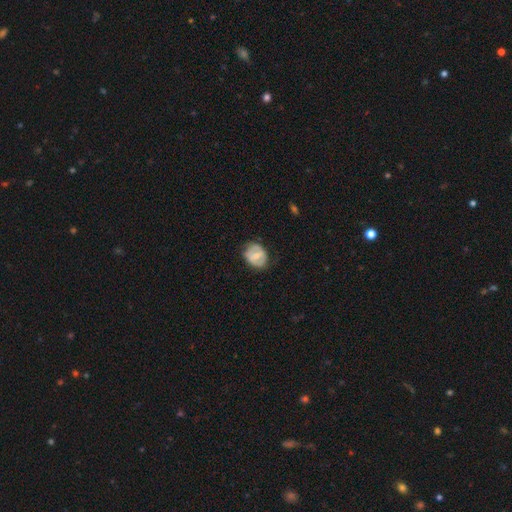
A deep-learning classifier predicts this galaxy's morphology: This appears to be a featured or disk galaxy (48%). Merging: none (71%).